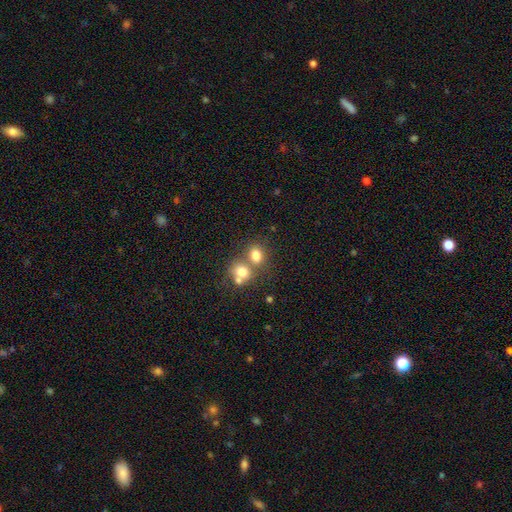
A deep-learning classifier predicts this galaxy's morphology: smooth-or-featured: smooth: 76% | star or artifact: 12% | featured or disk: 12%
  how-rounded: round: 57% | in between: 42% | cigar-shaped: 1%
  merging: merger: 46% | none: 42% | minor disturbance: 8% | major disturbance: 4%